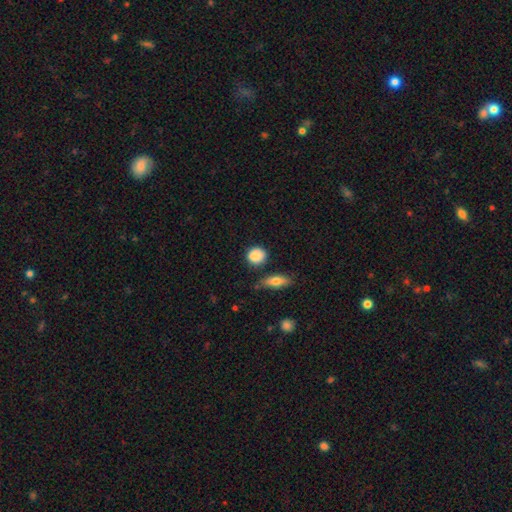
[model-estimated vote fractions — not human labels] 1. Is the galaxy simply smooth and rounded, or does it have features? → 86% smooth, 8% star or artifact, 6% featured or disk.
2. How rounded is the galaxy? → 81% round, 16% in between, 2% cigar-shaped.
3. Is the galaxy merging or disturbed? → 75% none, 16% minor disturbance, 5% merger, 4% major disturbance.